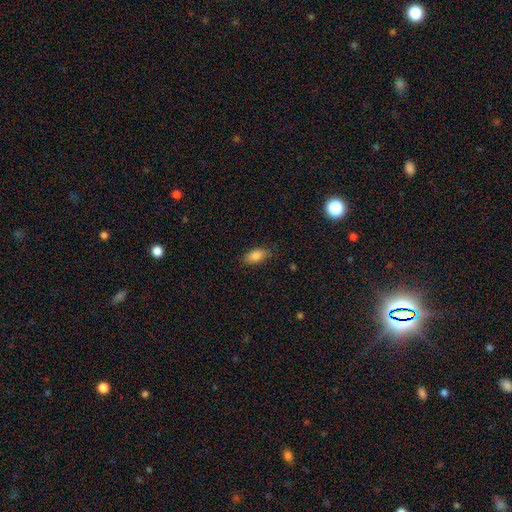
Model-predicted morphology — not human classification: A smooth galaxy with no disk features (85%) that is in between round and cigar-shaped (90%).

Vote fractions:
- Smooth or featured? smooth: 85% / star or artifact: 8% / featured or disk: 7%
- How rounded? in between: 90% / cigar-shaped: 6% / round: 4%
- Merging? none: 83% / minor disturbance: 13% / major disturbance: 3% / merger: 1%